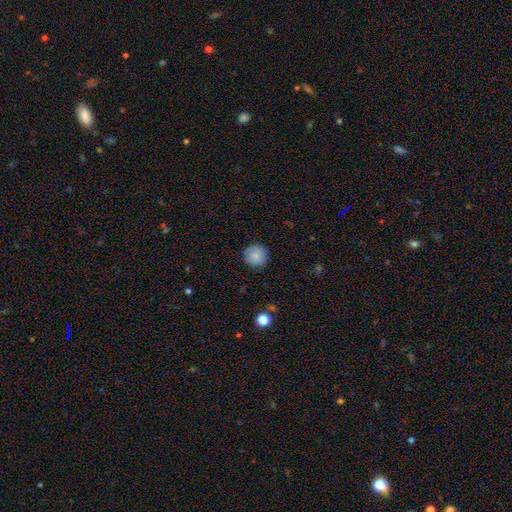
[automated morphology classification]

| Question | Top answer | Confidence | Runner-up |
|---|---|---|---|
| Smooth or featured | smooth | 81% | featured or disk (11%) |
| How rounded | round | 93% | in between (6%) |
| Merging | none | 86% | minor disturbance (10%) |